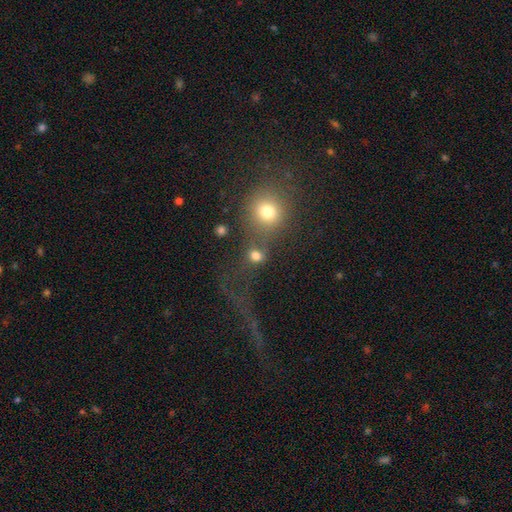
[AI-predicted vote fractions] Smooth or featured? smooth (74%)
How rounded? round (77%)
Merging? merger (40%)